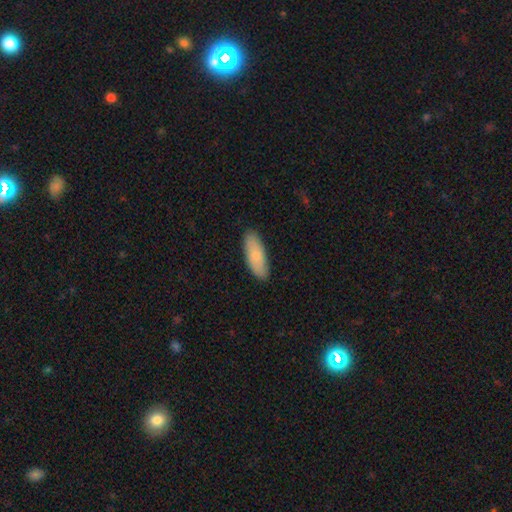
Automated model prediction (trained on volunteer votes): A smooth galaxy with no disk features (82%) that is in between round and cigar-shaped (69%).

Vote fractions:
- Smooth or featured? smooth: 82% / featured or disk: 12% / star or artifact: 5%
- How rounded? in between: 69% / cigar-shaped: 29% / round: 2%
- Merging? none: 88% / minor disturbance: 10% / major disturbance: 2% / merger: 1%